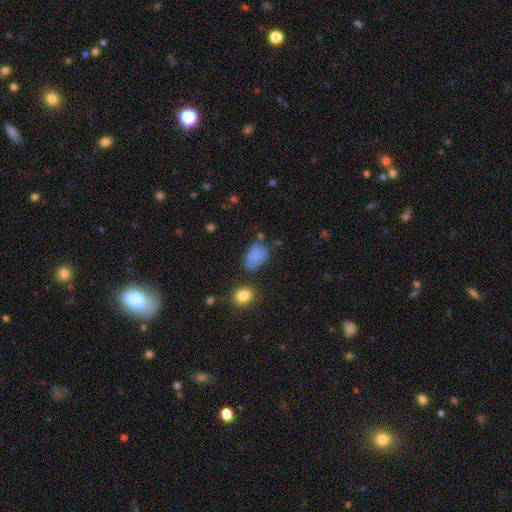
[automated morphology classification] smooth-or-featured: smooth: 79% | star or artifact: 11% | featured or disk: 9%
  how-rounded: in between: 84% | round: 15% | cigar-shaped: 2%
  merging: none: 54% | minor disturbance: 26% | major disturbance: 11% | merger: 9%